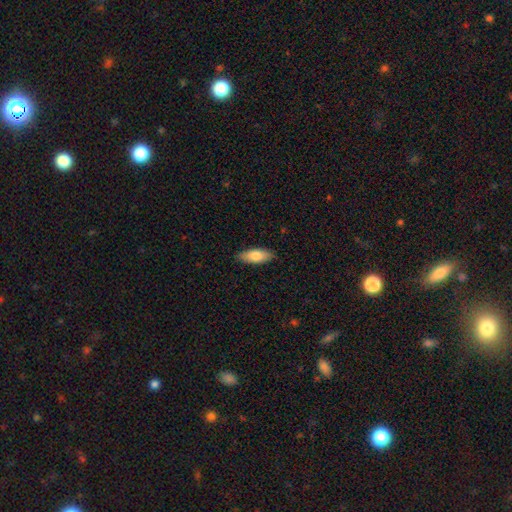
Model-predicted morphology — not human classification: type=smooth (79%); roundness=in between (77%); merging=none (87%).